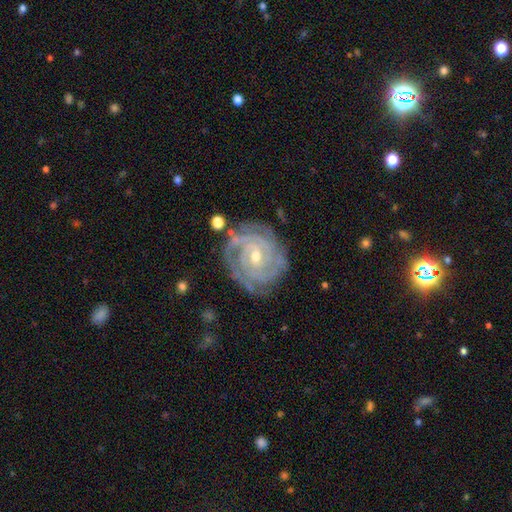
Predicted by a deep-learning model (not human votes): This appears to be a featured or disk galaxy (90%) with no bar (48%), 3 (28%) tight (83%) spiral arms (98%) and a small central bulge (52%). Merging: none (76%).